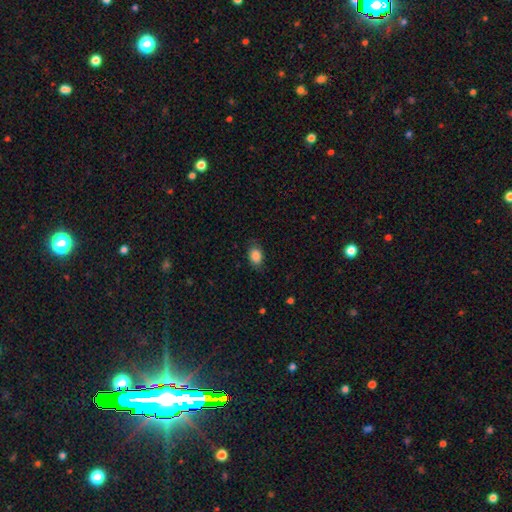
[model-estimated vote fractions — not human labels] The model was most divided on "how rounded": in between: 81%, round: 18%, cigar-shaped: 1%. More confident: smooth or featured — smooth (86%); merging — none (79%).